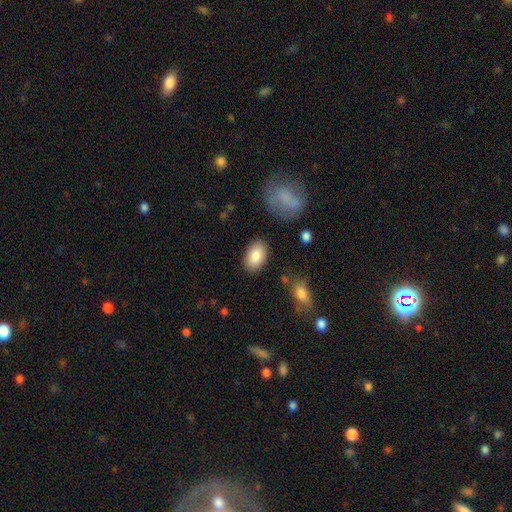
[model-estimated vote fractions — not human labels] Morphology: type=smooth (85%); roundness=in between (92%); merging=none (85%).